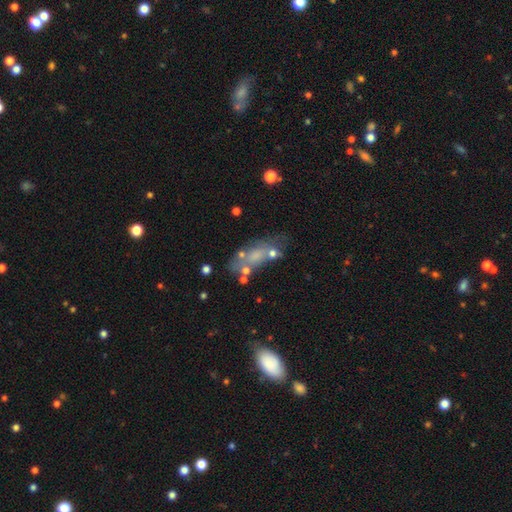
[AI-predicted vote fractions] A smooth galaxy with no disk features (46%).

Vote fractions:
- Smooth or featured? smooth: 46% / featured or disk: 38% / star or artifact: 17%
- Merging? none: 47% / minor disturbance: 20% / merger: 18% / major disturbance: 16%